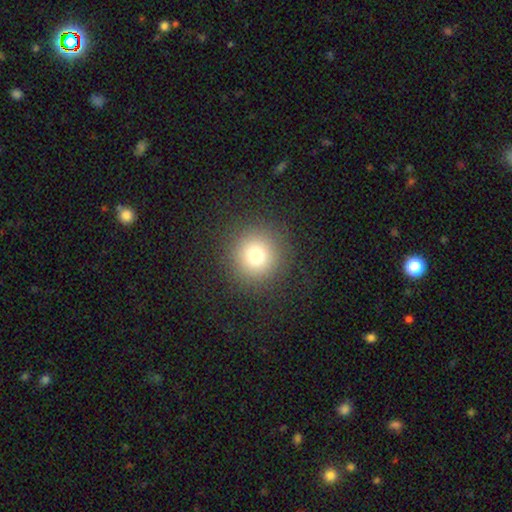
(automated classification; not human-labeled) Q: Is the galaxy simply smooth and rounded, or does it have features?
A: smooth — 74%.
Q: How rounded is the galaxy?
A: round — 95%.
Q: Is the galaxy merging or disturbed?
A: none — 89%.